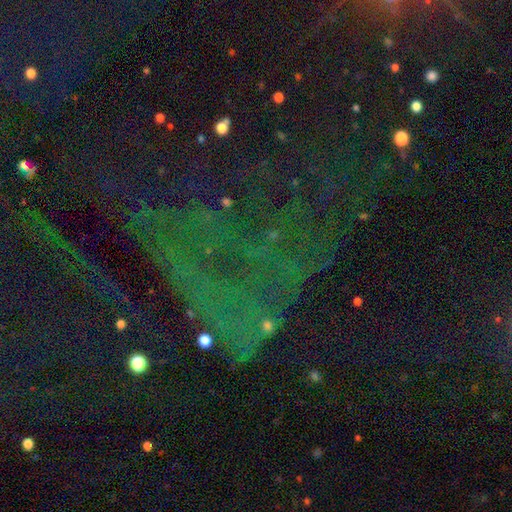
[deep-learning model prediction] Smooth or featured?
  - star or artifact: 70% *
  - featured or disk: 17%
  - smooth: 13%